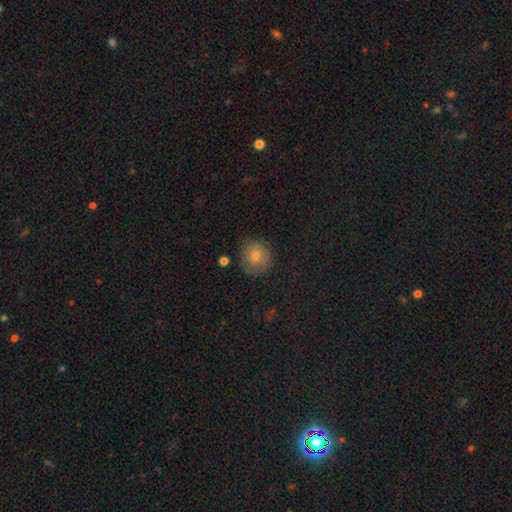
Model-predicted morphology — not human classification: Smooth or featured? smooth (70%)
How rounded? round (87%)
Merging? none (80%)